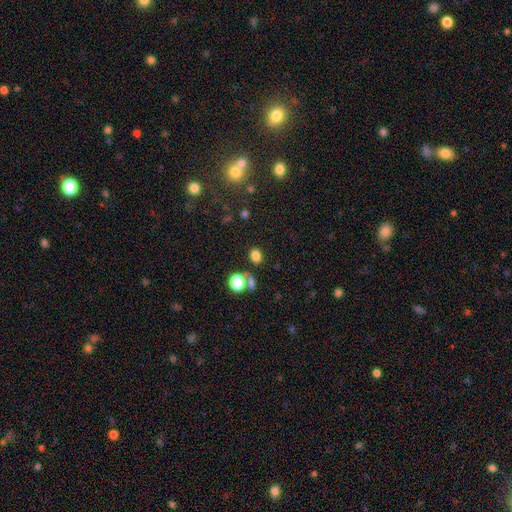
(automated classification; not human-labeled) Smooth or featured? smooth (79%)
How rounded? in between (52%)
Merging? none (78%)